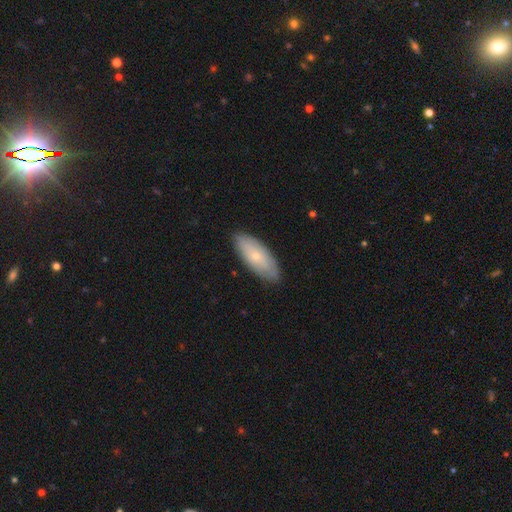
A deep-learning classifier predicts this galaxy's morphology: This is likely a smooth galaxy (61%). How rounded: likely in between (80%). Merging: clearly none (84%).